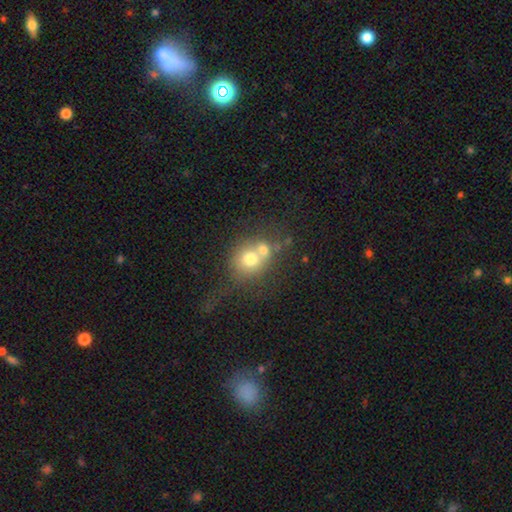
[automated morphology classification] type=smooth (64%); roundness=round (78%); merging=merger (50%).